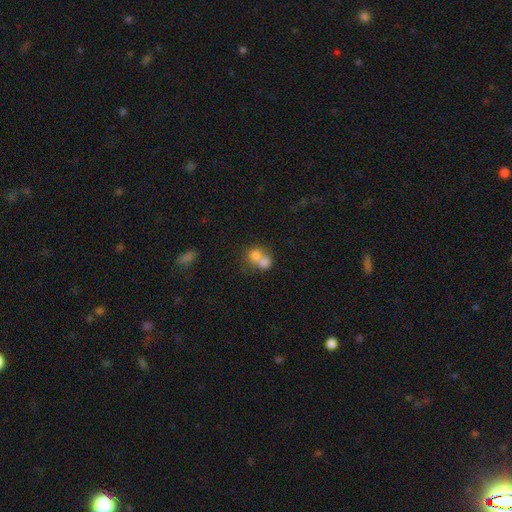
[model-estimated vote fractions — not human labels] Morphology: type=smooth (73%); roundness=round (59%); merging=merger (70%).